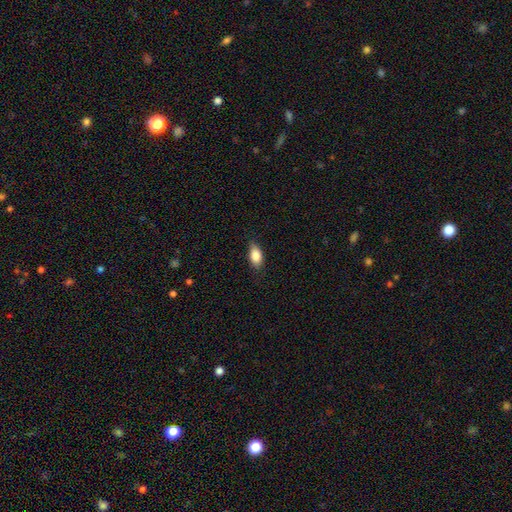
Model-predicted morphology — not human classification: Overall: smooth (86%). How rounded: in between (90%). Merging: none (82%).